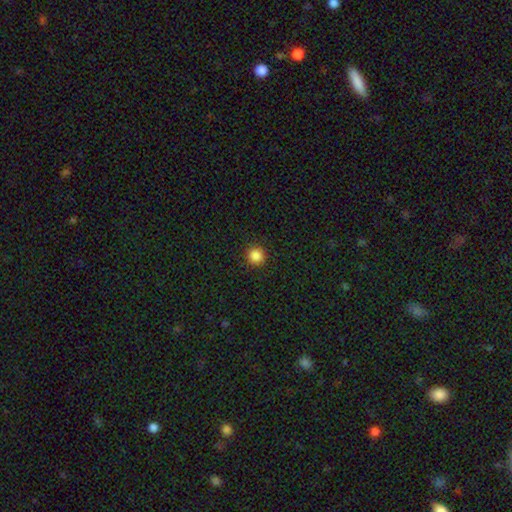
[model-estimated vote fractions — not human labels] Smooth or featured? smooth (87%)
How rounded? round (95%)
Merging? none (93%)